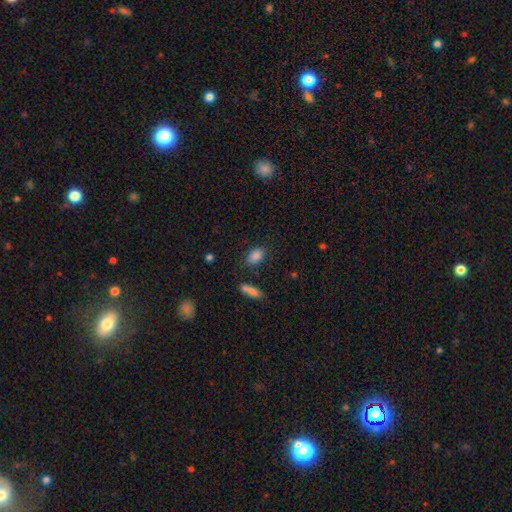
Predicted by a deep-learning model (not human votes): The model was most divided on "merging": none: 75%, minor disturbance: 15%, merger: 6%, major disturbance: 4%. More confident: how rounded — in between (84%); smooth or featured — smooth (84%).